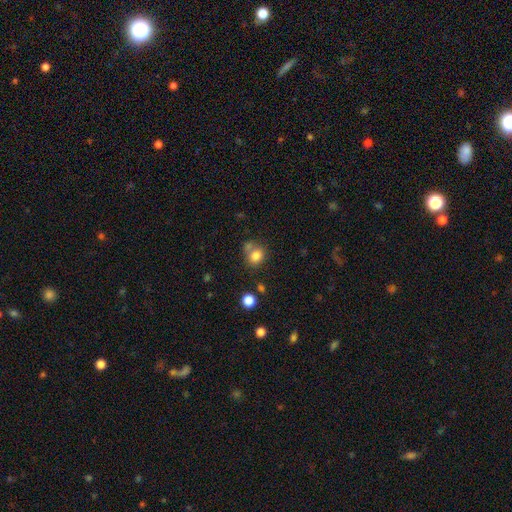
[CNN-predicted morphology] Overall: smooth (80%). How rounded: round (70%). Merging: none (56%; merger 23%).